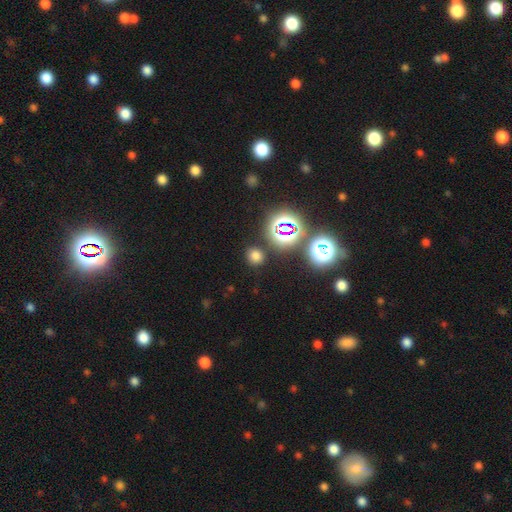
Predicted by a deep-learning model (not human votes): Smooth or featured?
  - smooth: 66% *
  - star or artifact: 28%
  - featured or disk: 6%
How rounded?
  - round: 81% *
  - in between: 18%
  - cigar-shaped: 1%
Merging?
  - none: 85% *
  - minor disturbance: 8%
  - merger: 4%
  - major disturbance: 3%